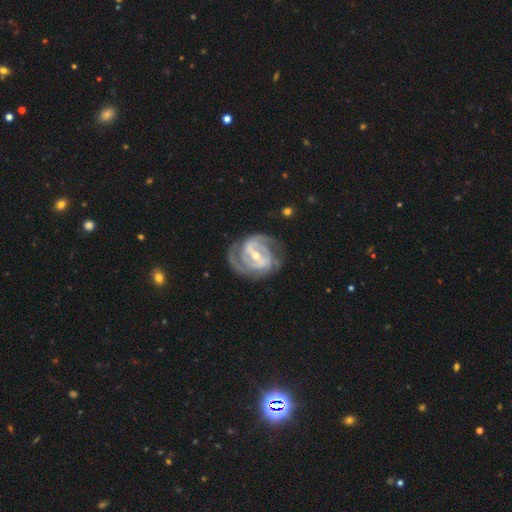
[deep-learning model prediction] This appears to be a featured or disk galaxy (92%) with a strong bar (52%), 2 (60%) tight (57%) spiral arms (98%) and a moderate central bulge (50%). Merging: none (74%).